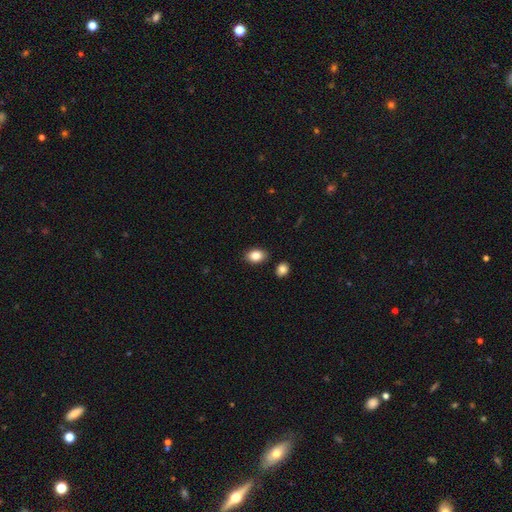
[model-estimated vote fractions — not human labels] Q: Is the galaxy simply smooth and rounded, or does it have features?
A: smooth — 86%.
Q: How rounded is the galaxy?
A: in between — 78%.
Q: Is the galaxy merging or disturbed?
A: none — 85%.